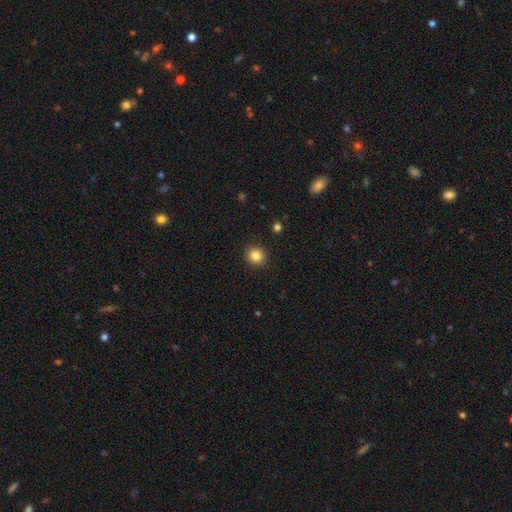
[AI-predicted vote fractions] This is clearly a smooth galaxy (84%). How rounded: likely round (79%). Merging: clearly none (91%).